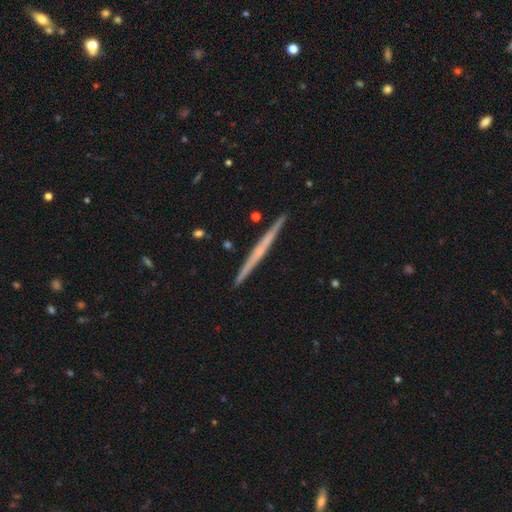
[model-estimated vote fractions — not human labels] This is likely a featured or disk galaxy (61%). It is clearly viewed edge-on (98%). Edge-on bulge: likely none (75%). Merging: clearly none (91%).